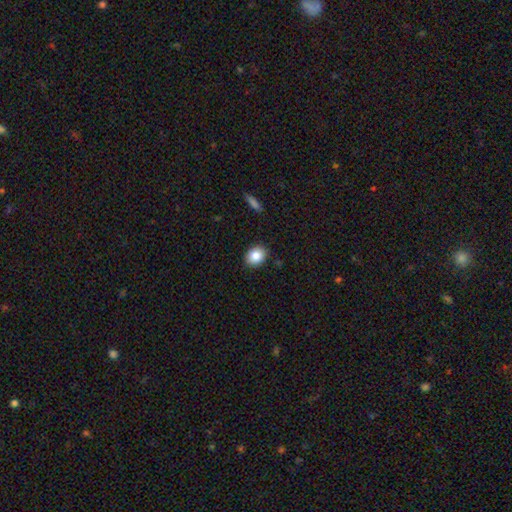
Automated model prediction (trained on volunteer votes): Smooth or featured: smooth — 85% (star or artifact — 9%)
How rounded: in between — 55% (round — 44%)
Merging: none — 89% (minor disturbance — 8%)